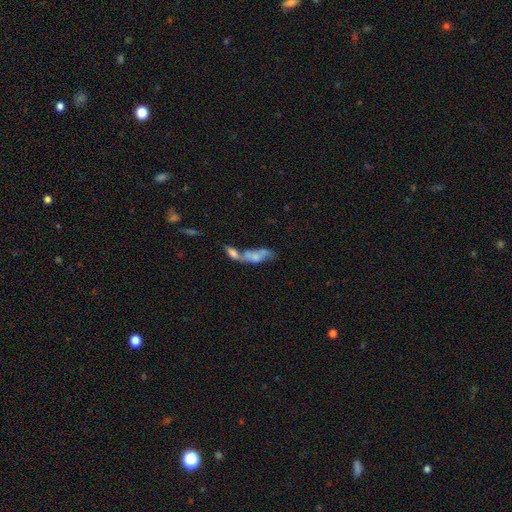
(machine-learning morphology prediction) Smooth or featured?
  - smooth: 51% *
  - featured or disk: 39%
  - star or artifact: 9%
How rounded?
  - in between: 67% *
  - cigar-shaped: 29%
  - round: 4%
Merging?
  - merger: 64% *
  - none: 18%
  - minor disturbance: 10%
  - major disturbance: 9%